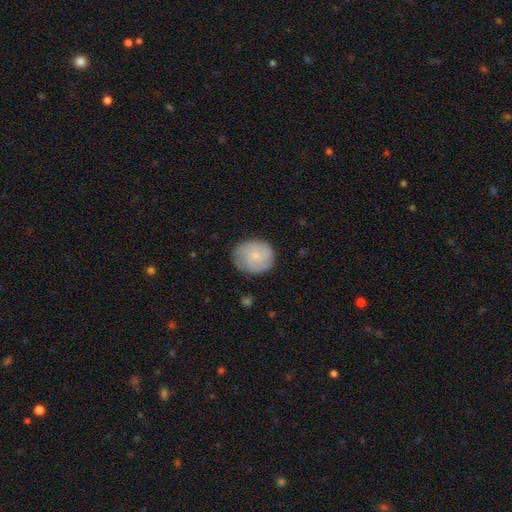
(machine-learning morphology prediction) Smooth or featured?
  - smooth: 58% *
  - featured or disk: 35%
  - star or artifact: 7%
How rounded?
  - round: 71% *
  - in between: 28%
  - cigar-shaped: 1%
Merging?
  - none: 72% *
  - minor disturbance: 22%
  - major disturbance: 5%
  - merger: 1%